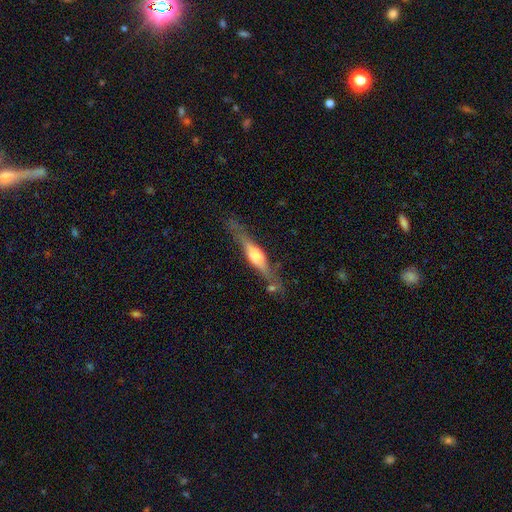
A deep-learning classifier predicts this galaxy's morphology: Overall: featured or disk (70%). Edge-on disk: yes (95%). Edge-on bulge: rounded (81%). Merging: none (71%).